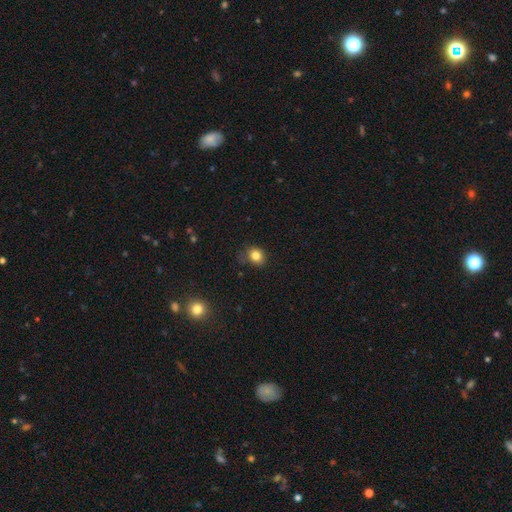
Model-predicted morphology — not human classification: Smooth or featured: smooth — 82% (star or artifact — 12%)
How rounded: round — 67% (in between — 32%)
Merging: none — 69% (minor disturbance — 23%)